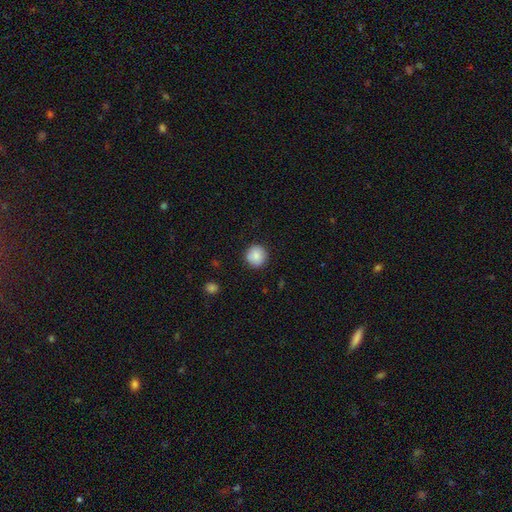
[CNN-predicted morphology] Smooth or featured?
  - smooth: 86% *
  - star or artifact: 8%
  - featured or disk: 6%
How rounded?
  - round: 94% *
  - in between: 5%
  - cigar-shaped: 1%
Merging?
  - none: 89% *
  - minor disturbance: 8%
  - major disturbance: 2%
  - merger: 1%